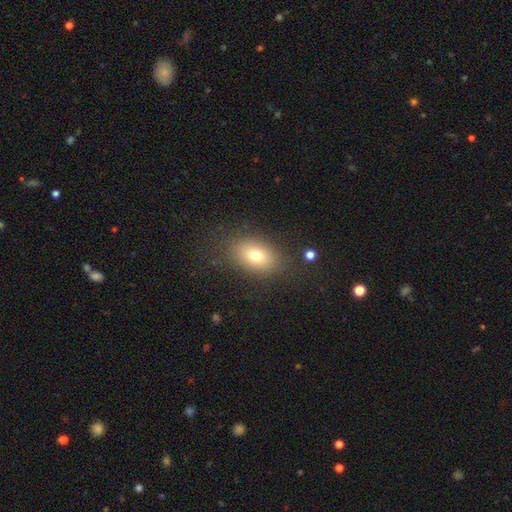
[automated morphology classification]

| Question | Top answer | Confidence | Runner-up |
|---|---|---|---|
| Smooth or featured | smooth | 73% | featured or disk (15%) |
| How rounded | in between | 81% | round (18%) |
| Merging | none | 81% | minor disturbance (11%) |